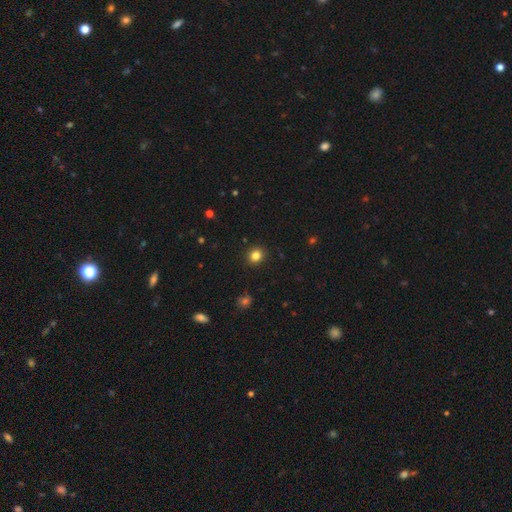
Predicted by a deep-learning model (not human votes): The model was most divided on "how rounded": round: 78%, in between: 21%, cigar-shaped: 1%. More confident: merging — none (91%); smooth or featured — smooth (83%).